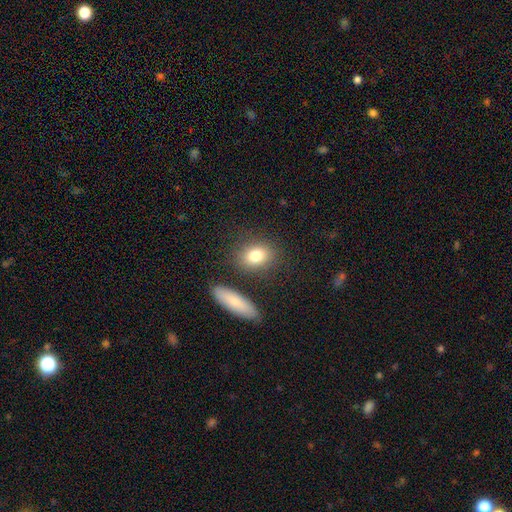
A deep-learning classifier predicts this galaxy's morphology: Smooth or featured: smooth — 79% (featured or disk — 12%)
How rounded: in between — 64% (round — 33%)
Merging: none — 80% (minor disturbance — 10%)